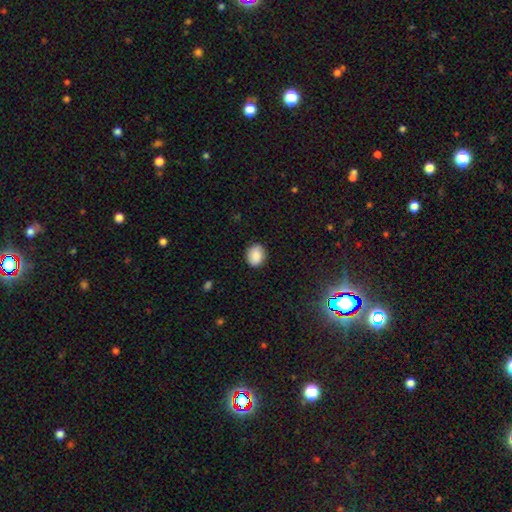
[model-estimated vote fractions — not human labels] Smooth or featured?
  - smooth: 87% *
  - star or artifact: 8%
  - featured or disk: 5%
How rounded?
  - in between: 51% *
  - round: 48%
  - cigar-shaped: 1%
Merging?
  - none: 85% *
  - minor disturbance: 11%
  - major disturbance: 2%
  - merger: 1%